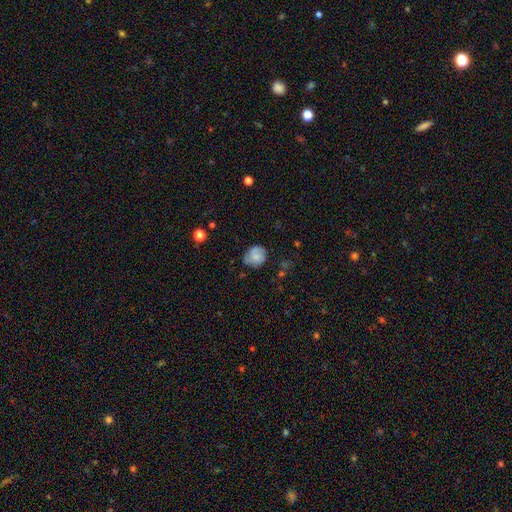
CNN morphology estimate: A smooth galaxy with no disk features (60%) that is round (74%).

Vote fractions:
- Smooth or featured? smooth: 60% / featured or disk: 32% / star or artifact: 9%
- How rounded? round: 74% / in between: 25% / cigar-shaped: 1%
- Merging? none: 61% / minor disturbance: 27% / major disturbance: 9% / merger: 3%